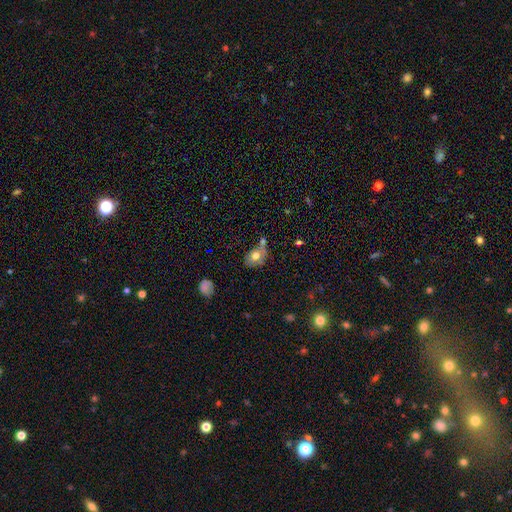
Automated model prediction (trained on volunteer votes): This appears to be a smooth galaxy with no disk features (70%) that is in between round and cigar-shaped (65%). Merging: none (40%).